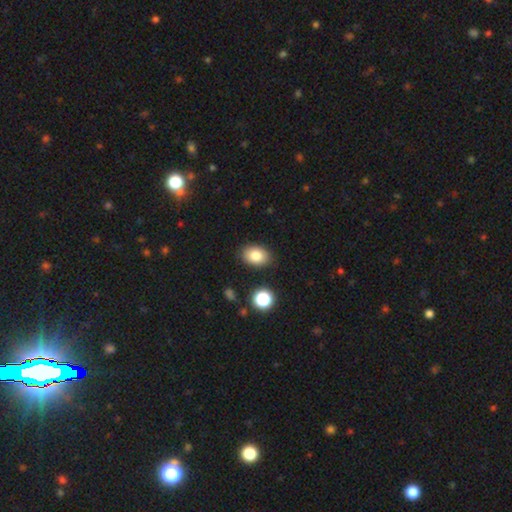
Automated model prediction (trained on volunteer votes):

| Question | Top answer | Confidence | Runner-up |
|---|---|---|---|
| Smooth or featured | smooth | 82% | star or artifact (10%) |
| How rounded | in between | 78% | round (21%) |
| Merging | none | 86% | minor disturbance (9%) |